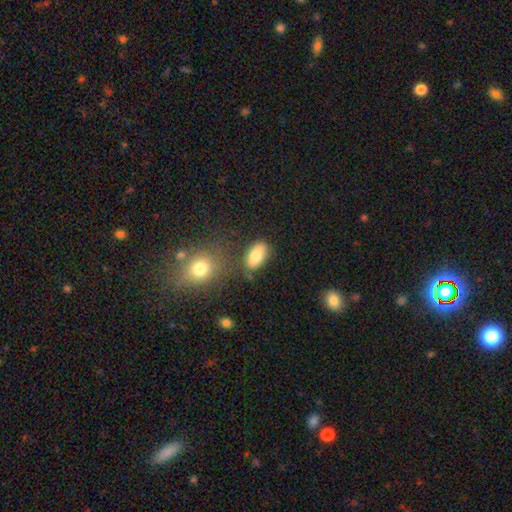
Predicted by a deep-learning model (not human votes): smooth_or_featured: smooth (p=0.80) [alt: featured or disk p=0.12]
how_rounded: in between (p=0.90) [alt: round p=0.07]
merging: none (p=0.72) [alt: minor disturbance p=0.16]